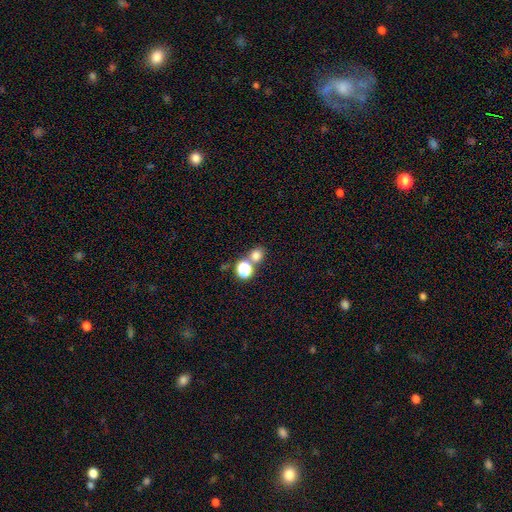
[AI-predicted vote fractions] smooth 74%, star or artifact 19%, featured or disk 6%. Down the decision tree: how rounded — round (77%); merging — none (61%).